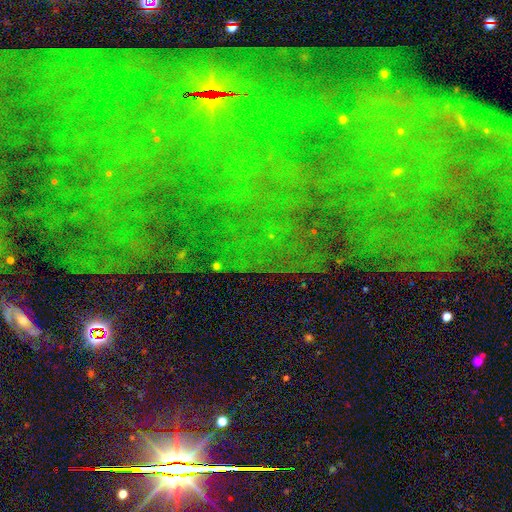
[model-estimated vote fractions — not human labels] This is likely a star or artifact rather than a galaxy (77%).